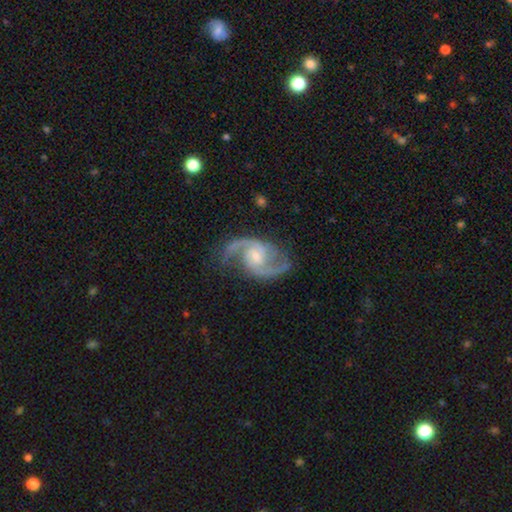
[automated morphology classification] Smooth or featured: featured or disk — 93% (star or artifact — 4%)
Edge-on disk: no — 98% (yes — 2%)
Bar: no — 47% (weak — 43%)
Spiral arms: yes — 98% (no — 2%)
Spiral winding: medium — 61% (loose — 23%)
Spiral arm count: 2 — 93% (3 — 2%)
Bulge size: small — 51% (moderate — 41%)
Merging: none — 78% (minor disturbance — 15%)